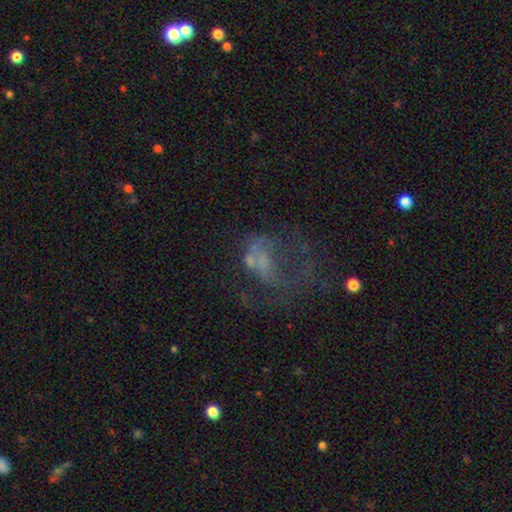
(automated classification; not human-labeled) smooth-or-featured: featured or disk: 51% | smooth: 27% | star or artifact: 22%
  disk-edge-on: no: 98% | yes: 2%
  merging: major disturbance: 51% | none: 26% | minor disturbance: 13% | merger: 9%